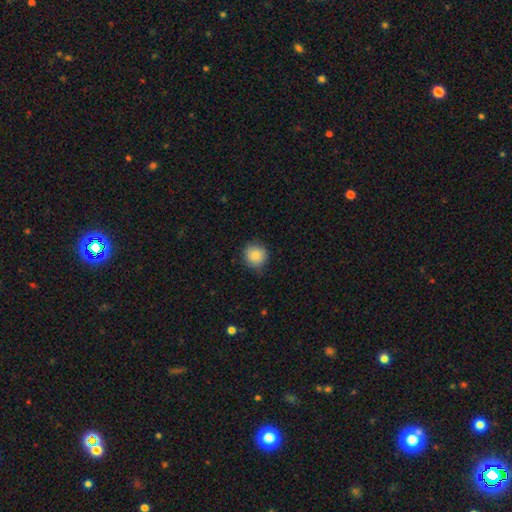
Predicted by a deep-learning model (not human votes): This appears to be a smooth galaxy with no disk features (87%) that is round (91%). Merging: none (82%).